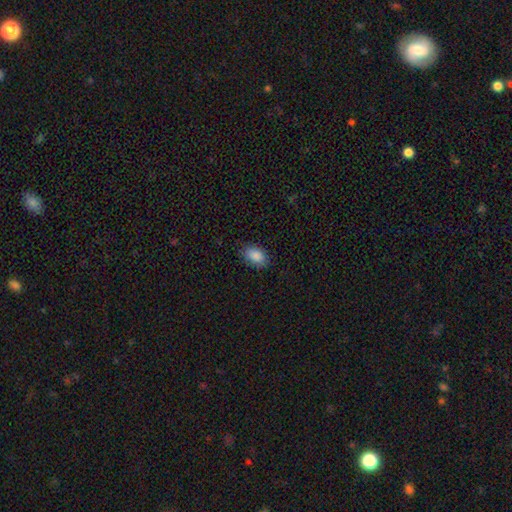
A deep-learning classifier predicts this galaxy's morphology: Smooth or featured: smooth — 88% (star or artifact — 7%)
How rounded: in between — 89% (round — 9%)
Merging: none — 83% (minor disturbance — 13%)